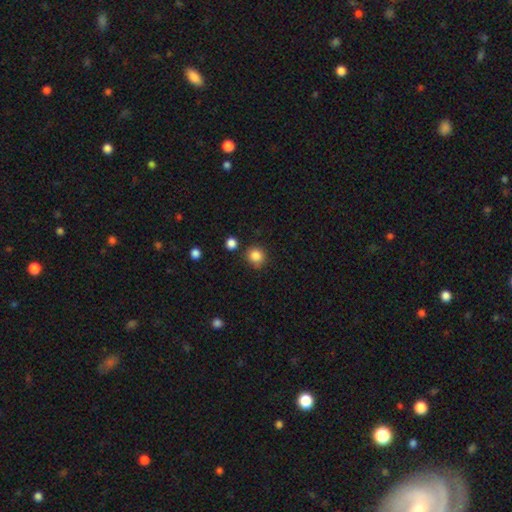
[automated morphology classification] smooth 85%, star or artifact 11%, featured or disk 4%. Down the decision tree: how rounded — round (88%); merging — none (82%).